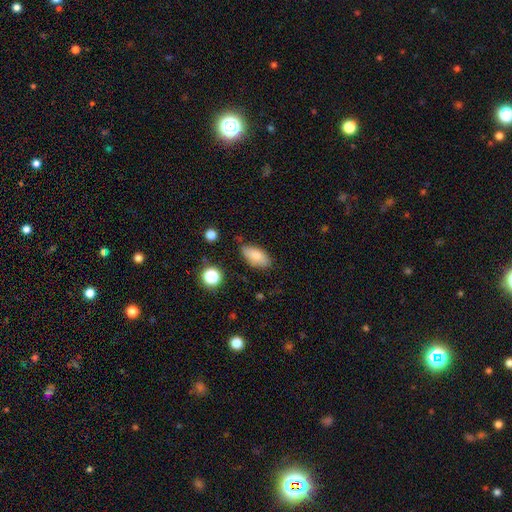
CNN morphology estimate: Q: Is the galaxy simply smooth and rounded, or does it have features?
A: smooth — 83%.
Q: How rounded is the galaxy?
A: in between — 89%.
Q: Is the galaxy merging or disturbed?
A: none — 74%.